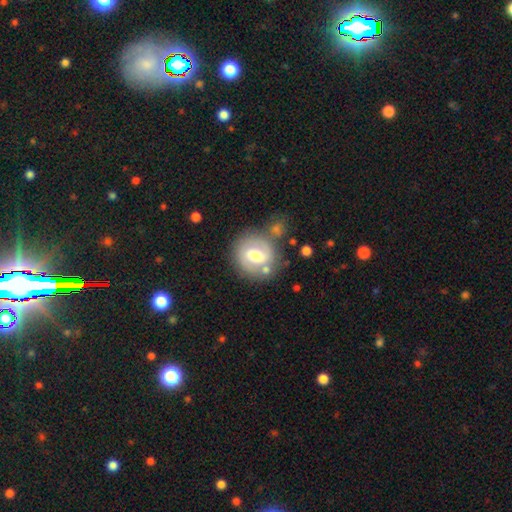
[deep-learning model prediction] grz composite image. It shows a featured or disk galaxy (52%) with a weak bar (50%), spiral arms (66%) and a moderate central bulge (69%). Merging: none (69%).